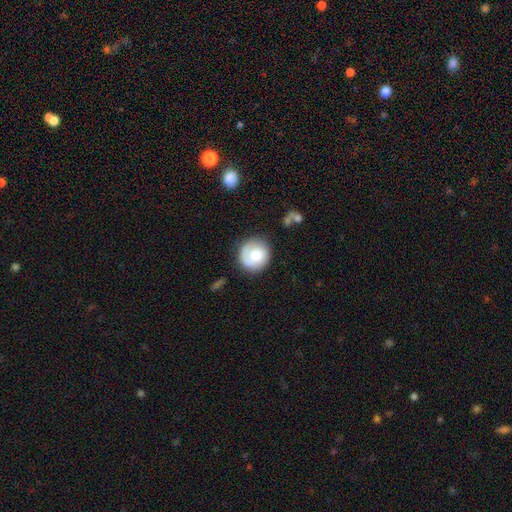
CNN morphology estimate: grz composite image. It shows a smooth galaxy with no disk features (60%) that is round (87%). Merging: none (72%).